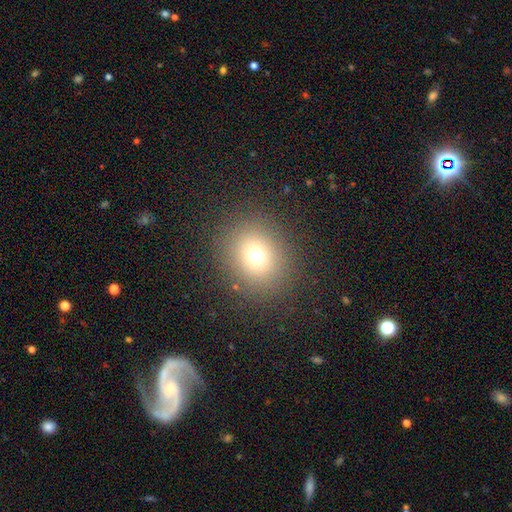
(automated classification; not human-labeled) This is likely a smooth galaxy (70%). How rounded: likely round (79%). Merging: clearly none (87%).